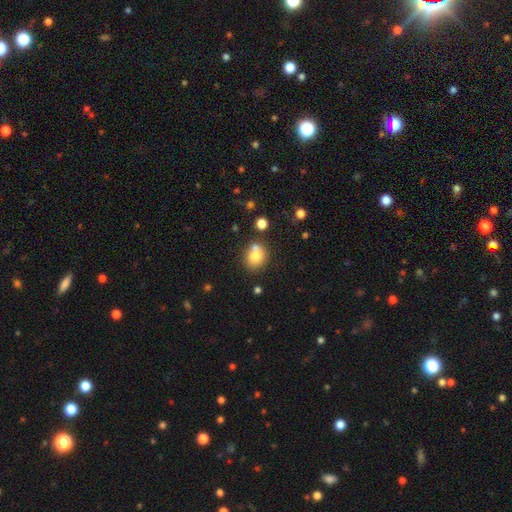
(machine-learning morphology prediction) smooth 77%, featured or disk 12%, star or artifact 11%. Down the decision tree: how rounded — round (65%); merging — none (58%).